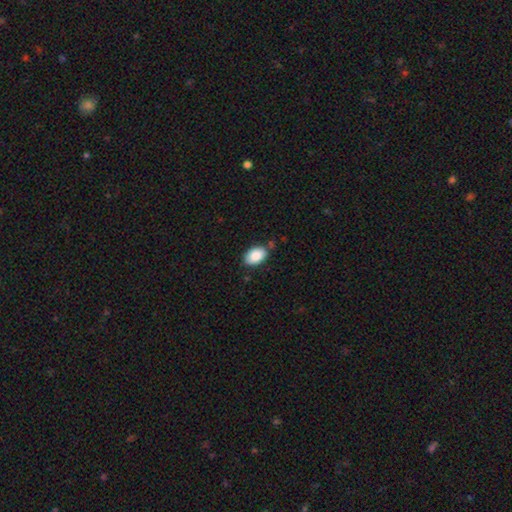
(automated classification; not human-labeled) This appears to be a smooth galaxy with no disk features (88%) that is in between round and cigar-shaped (89%). Merging: none (79%).